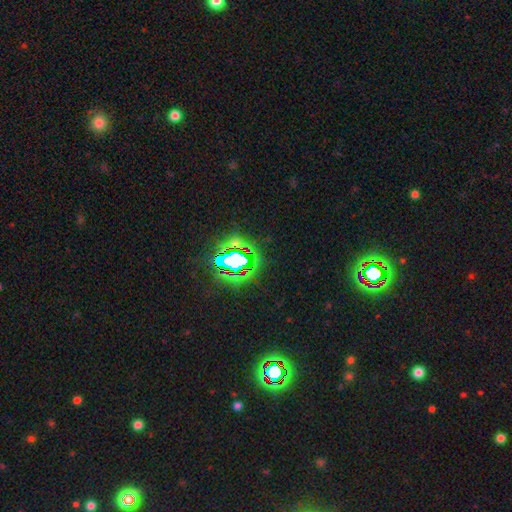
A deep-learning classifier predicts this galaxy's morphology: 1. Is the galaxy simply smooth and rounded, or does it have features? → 81% star or artifact, 12% smooth, 8% featured or disk.